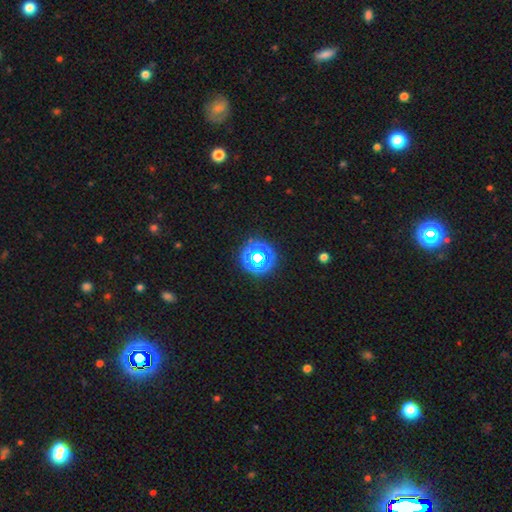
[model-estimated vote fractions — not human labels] The model was most divided on "smooth or featured": star or artifact: 63%, smooth: 26%, featured or disk: 11%.